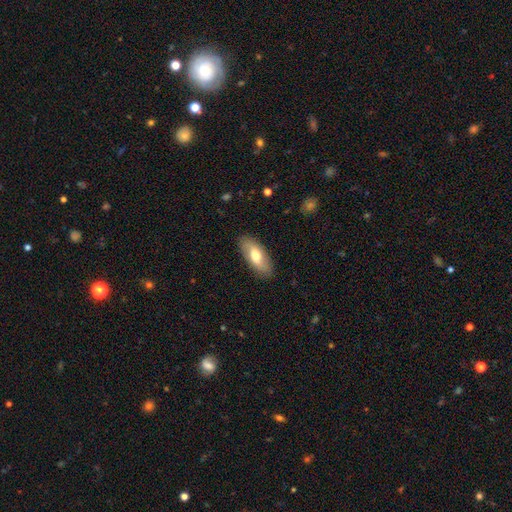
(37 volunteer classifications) Morphology: type=smooth (62%); roundness=in between (87%); merging=none (97%).